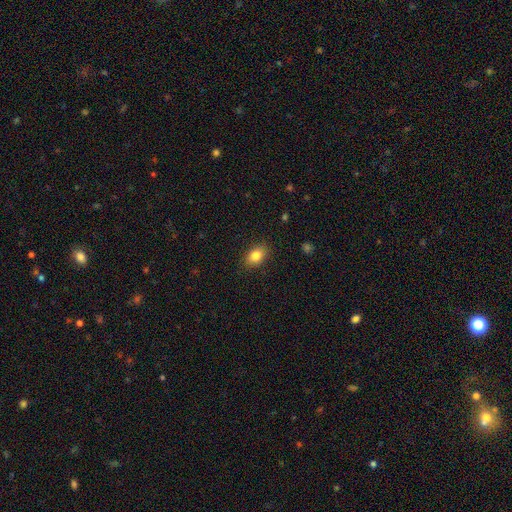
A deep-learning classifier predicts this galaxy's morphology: Overall: smooth (83%). How rounded: in between (81%). Merging: none (87%).